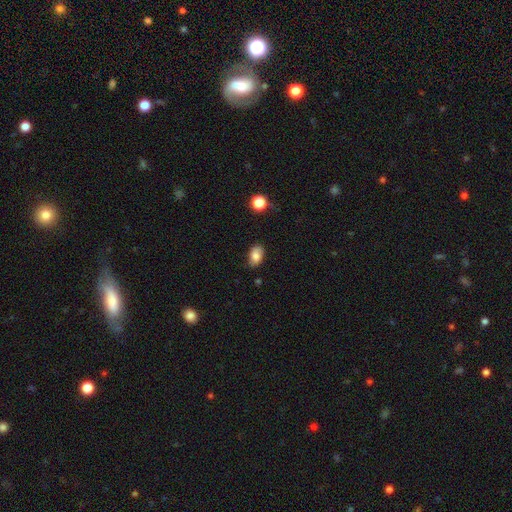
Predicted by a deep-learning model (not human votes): smooth_or_featured: smooth (p=0.80) [alt: featured or disk p=0.11]
how_rounded: in between (p=0.89) [alt: round p=0.09]
merging: none (p=0.78) [alt: minor disturbance p=0.18]